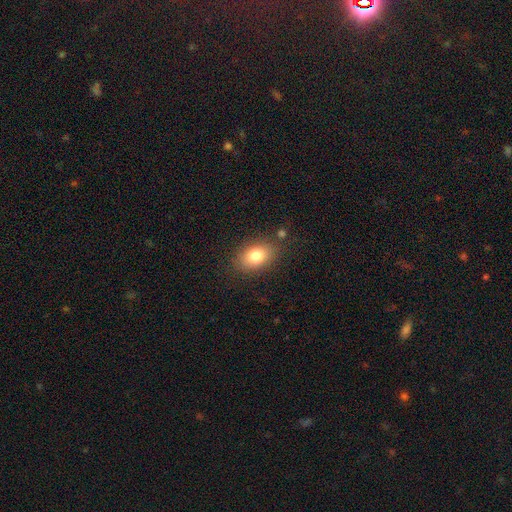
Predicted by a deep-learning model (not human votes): Smooth or featured?
  - smooth: 80% *
  - featured or disk: 11%
  - star or artifact: 9%
How rounded?
  - in between: 83% *
  - round: 16%
  - cigar-shaped: 2%
Merging?
  - none: 82% *
  - minor disturbance: 12%
  - major disturbance: 4%
  - merger: 3%